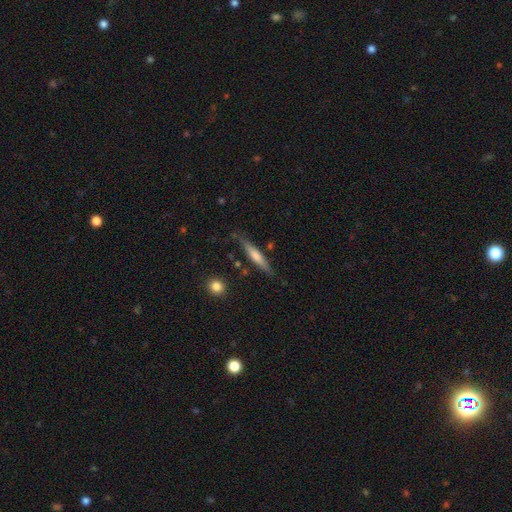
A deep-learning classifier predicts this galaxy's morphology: smooth_or_featured: smooth (p=0.49) [alt: featured or disk p=0.45]
merging: none (p=0.81) [alt: minor disturbance p=0.14]